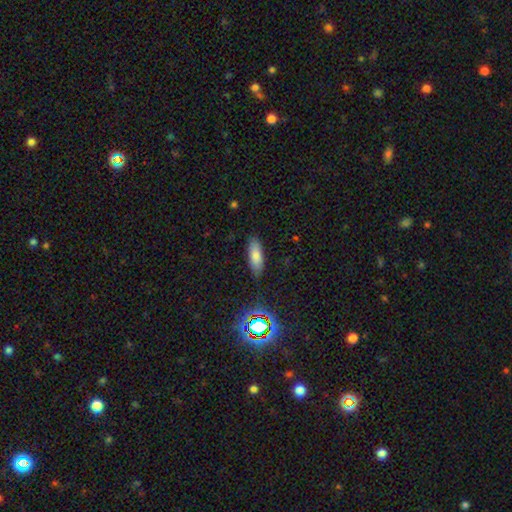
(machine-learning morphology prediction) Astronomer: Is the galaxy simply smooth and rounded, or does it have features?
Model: smooth — 77%.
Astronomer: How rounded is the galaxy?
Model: in between — 70%.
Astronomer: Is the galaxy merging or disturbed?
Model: none — 84%.